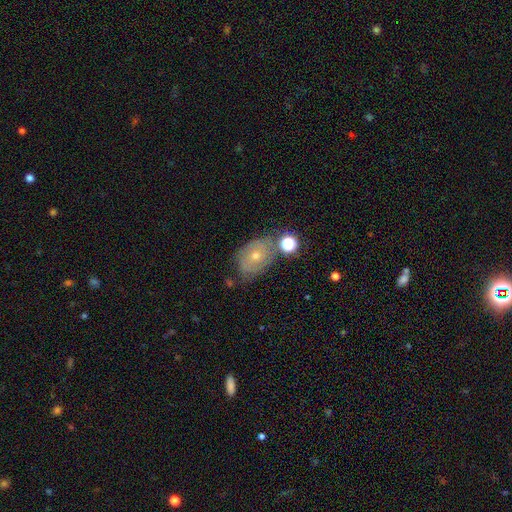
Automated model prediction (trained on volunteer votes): Q: Smooth or featured?
A: featured or disk (51%); runner-up: smooth (33%)
Q: Edge-on disk?
A: no (93%); runner-up: yes (7%)
Q: Merging?
A: none (59%); runner-up: minor disturbance (22%)